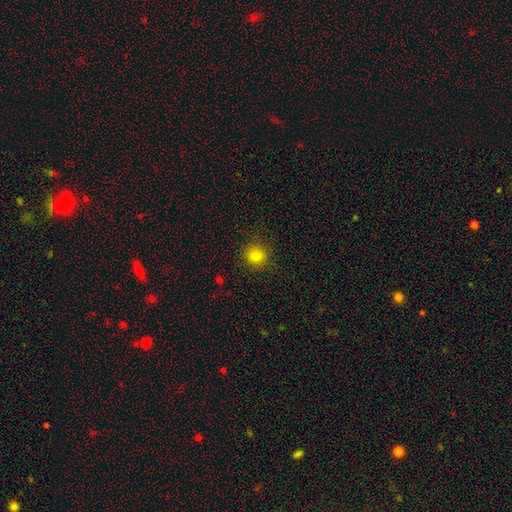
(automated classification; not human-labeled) Smooth or featured? smooth (81%)
How rounded? round (93%)
Merging? none (91%)